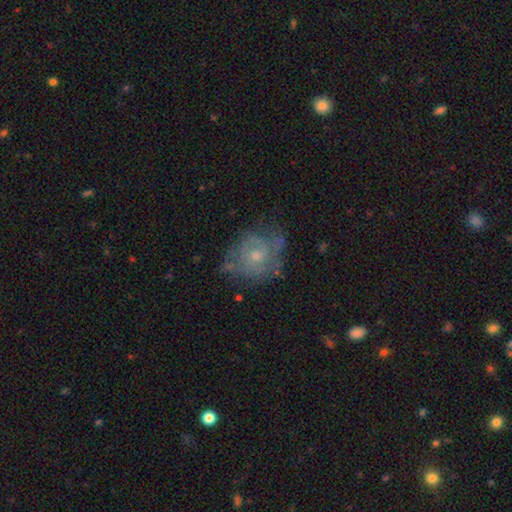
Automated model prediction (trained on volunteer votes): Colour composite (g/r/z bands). It shows a featured or disk galaxy (60%) with no bar (82%), spiral arms (59%) and a moderate central bulge (48%). Merging: none (52%).